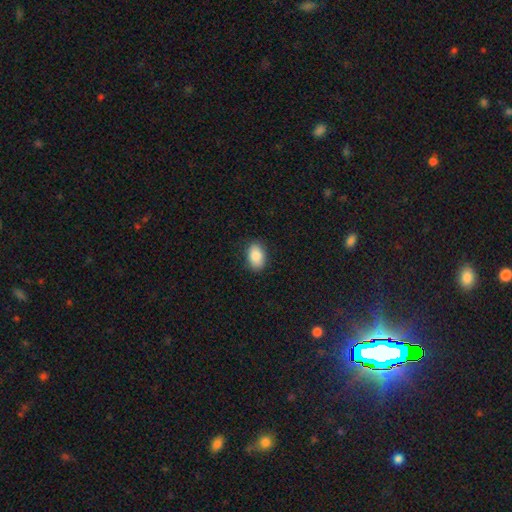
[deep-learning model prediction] Q: Smooth or featured?
A: smooth (87%); runner-up: star or artifact (7%)
Q: How rounded?
A: in between (88%); runner-up: round (11%)
Q: Merging?
A: none (87%); runner-up: minor disturbance (10%)